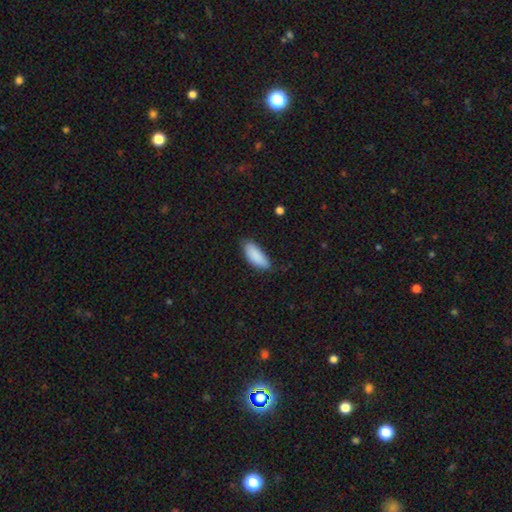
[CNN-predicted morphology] smooth 89%, star or artifact 6%, featured or disk 5%. Down the decision tree: how rounded — in between (78%); merging — none (71%).